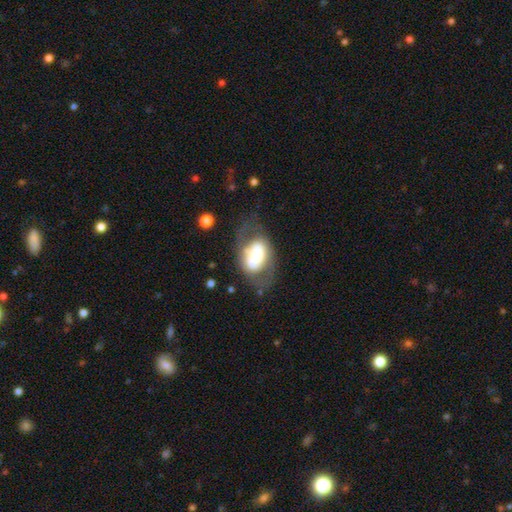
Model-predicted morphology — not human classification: This appears to be a featured or disk galaxy (52%). Merging: none (54%).